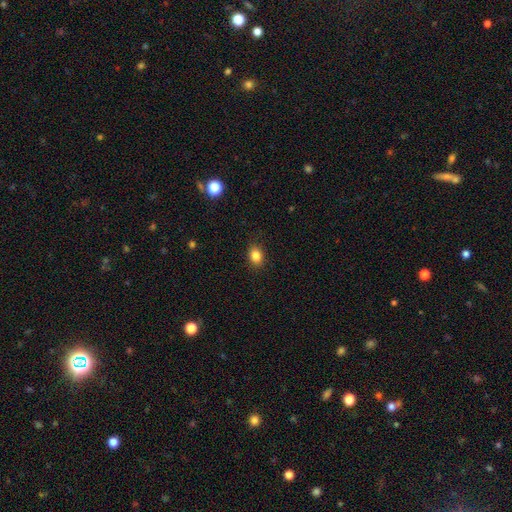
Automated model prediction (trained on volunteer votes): Overall: smooth (84%). How rounded: in between (65%; round 34%). Merging: none (88%).